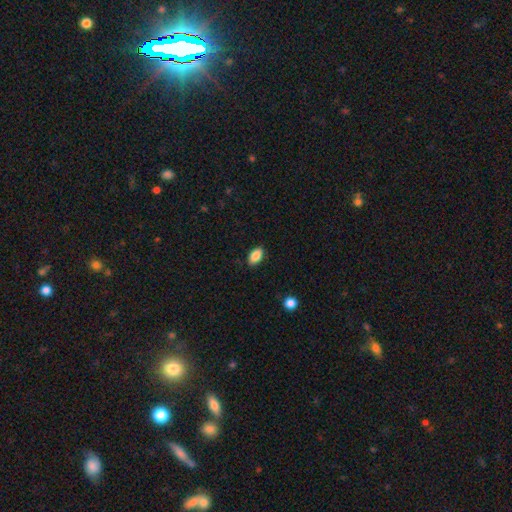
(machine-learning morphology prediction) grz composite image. It shows a smooth galaxy with no disk features (87%) that is in between round and cigar-shaped (92%). Merging: none (87%).